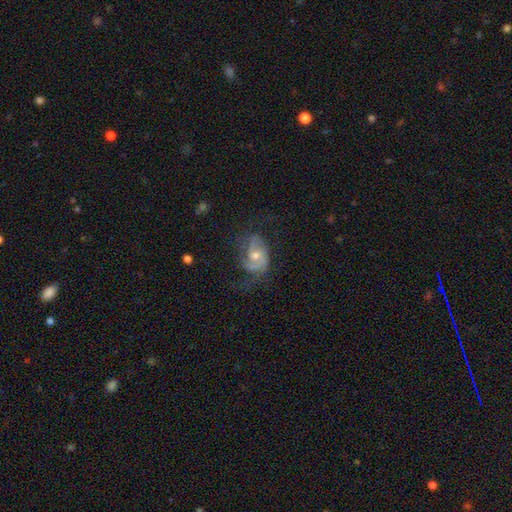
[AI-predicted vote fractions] Morphology: type=featured or disk (71%); edge-on=no (97%); bar=no (61%); spiral arms=yes (86%); winding=medium (44%); arm count=2 (56%); bulge=moderate (60%); merging=none (46%).